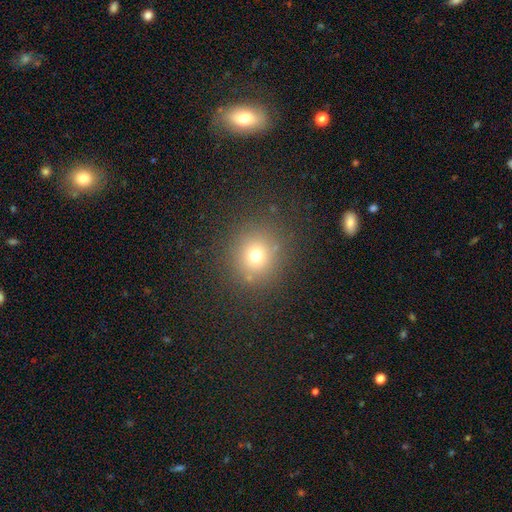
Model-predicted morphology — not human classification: A smooth galaxy with no disk features (69%) that is round (90%). Merging: none (86%).